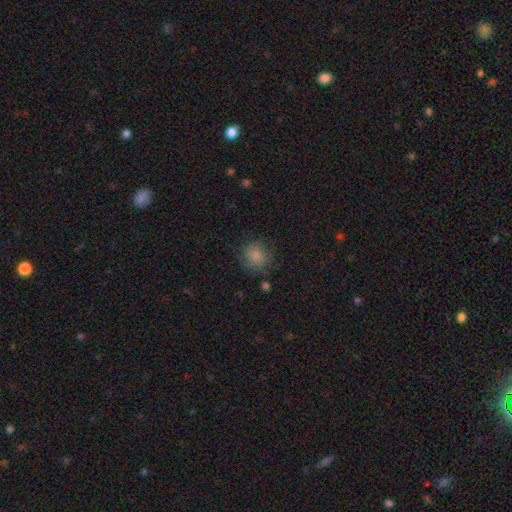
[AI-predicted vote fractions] smooth_or_featured: smooth (p=0.84) [alt: star or artifact p=0.10]
how_rounded: round (p=0.88) [alt: in between p=0.11]
merging: none (p=0.78) [alt: minor disturbance p=0.15]